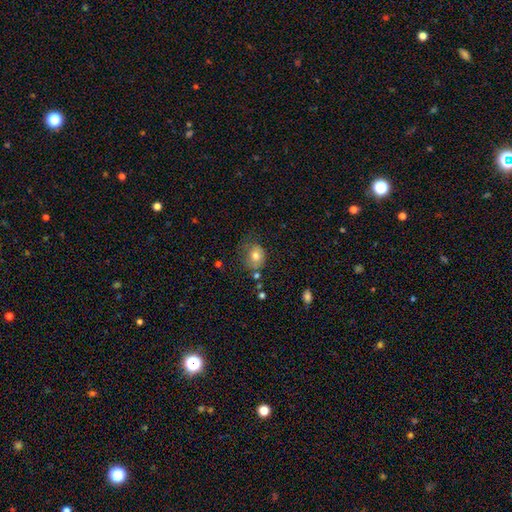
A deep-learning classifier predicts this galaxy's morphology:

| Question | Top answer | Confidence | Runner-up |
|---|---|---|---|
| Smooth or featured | smooth | 74% | featured or disk (16%) |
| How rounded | round | 60% | in between (40%) |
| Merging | none | 52% | minor disturbance (29%) |